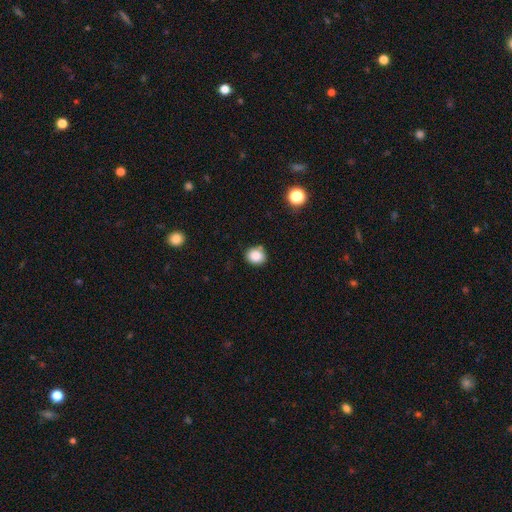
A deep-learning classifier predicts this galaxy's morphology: A smooth galaxy with no disk features (86%) that is round (72%). Merging: none (79%).